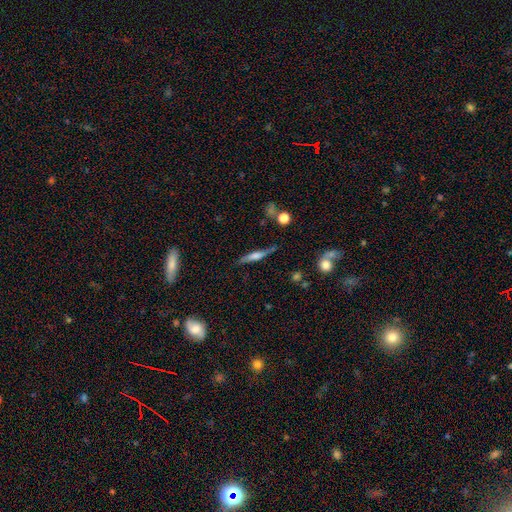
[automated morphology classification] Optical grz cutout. It shows a featured or disk galaxy (50%) viewed edge-on (93%). Merging: none (77%).